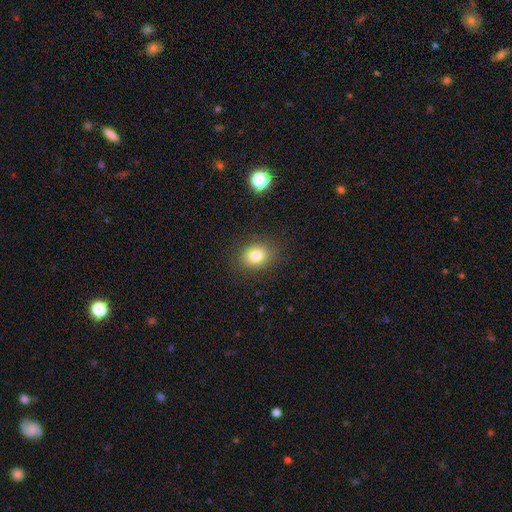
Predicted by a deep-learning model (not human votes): Smooth or featured?
  - smooth: 81% *
  - star or artifact: 11%
  - featured or disk: 8%
How rounded?
  - in between: 51% *
  - round: 48%
  - cigar-shaped: 1%
Merging?
  - none: 85% *
  - minor disturbance: 10%
  - major disturbance: 3%
  - merger: 1%